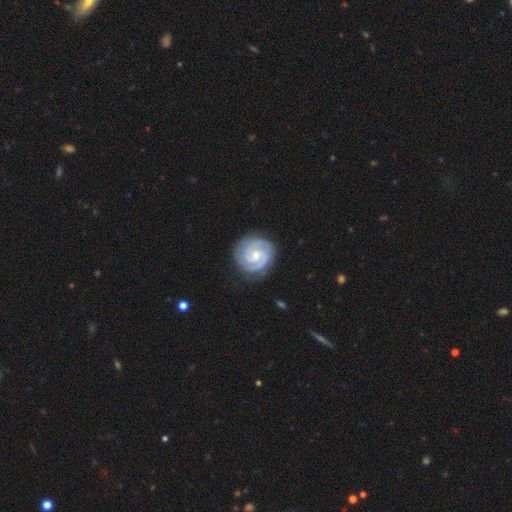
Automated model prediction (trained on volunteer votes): smooth_or_featured: featured or disk (p=0.90) [alt: smooth p=0.06]
disk_edge_on: no (p=0.98) [alt: yes p=0.02]
bar: no (p=0.53) [alt: weak p=0.39]
has_spiral_arms: yes (p=0.98) [alt: no p=0.02]
spiral_winding: tight (p=0.72) [alt: medium p=0.25]
spiral_arm_count: 2 (p=0.75) [alt: 3 p=0.13]
bulge_size: small (p=0.57) [alt: moderate p=0.38]
merging: none (p=0.84) [alt: minor disturbance p=0.11]